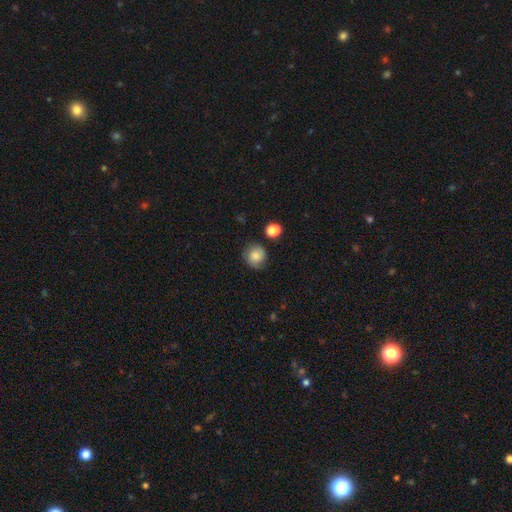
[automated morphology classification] Smooth or featured? Predicted: smooth (p=0.77). How rounded? Predicted: round (p=0.88). Merging? Predicted: none (p=0.73).